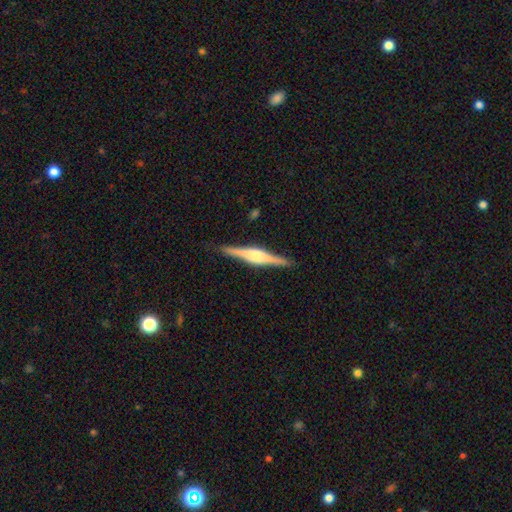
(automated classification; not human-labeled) Overall: featured or disk (80%). Edge-on disk: yes (98%). Edge-on bulge: rounded (76%). Merging: none (90%).